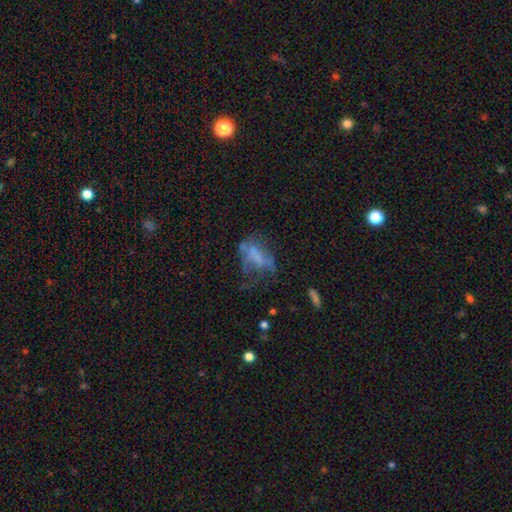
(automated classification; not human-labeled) smooth-or-featured: featured or disk: 45% | smooth: 38% | star or artifact: 17%
  merging: major disturbance: 43% | none: 28% | minor disturbance: 20% | merger: 9%